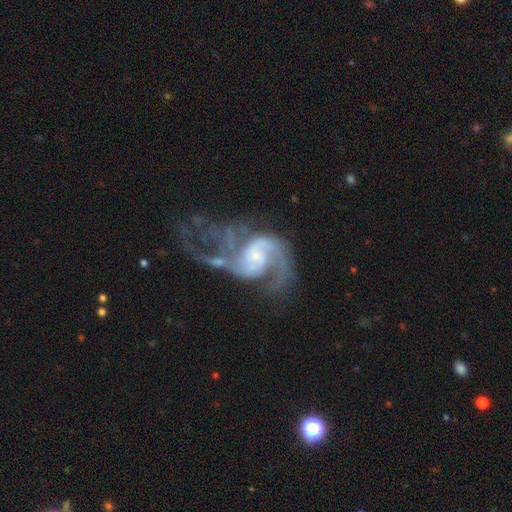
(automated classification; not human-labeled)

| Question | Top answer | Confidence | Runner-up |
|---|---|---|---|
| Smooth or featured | featured or disk | 91% | star or artifact (5%) |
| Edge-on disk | no | 98% | yes (2%) |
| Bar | no | 54% | weak (36%) |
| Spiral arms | yes | 97% | no (3%) |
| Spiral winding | medium | 50% | loose (35%) |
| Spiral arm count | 2 | 78% | 3 (7%) |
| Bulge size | small | 64% | moderate (24%) |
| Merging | none | 36% | major disturbance (34%) |